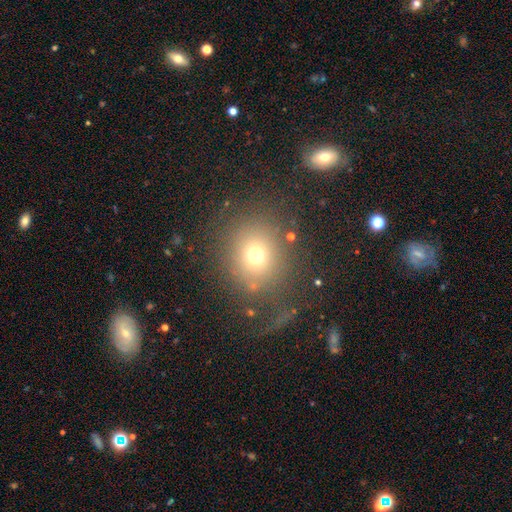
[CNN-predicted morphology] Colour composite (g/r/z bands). It shows a smooth galaxy with no disk features (69%) that is round (81%). Merging: none (68%).